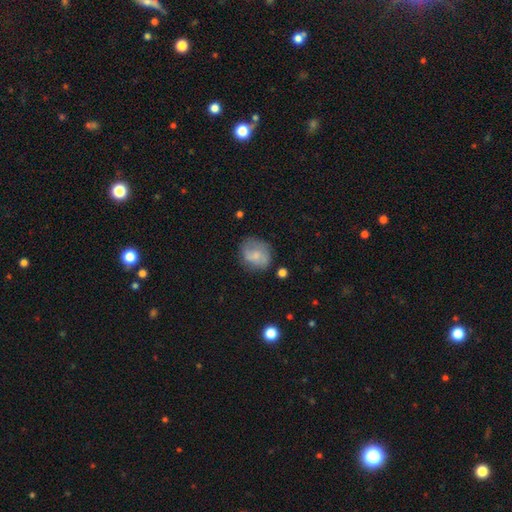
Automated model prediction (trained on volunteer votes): A smooth galaxy with no disk features (59%) that is round (68%).

Vote fractions:
- Smooth or featured? smooth: 59% / featured or disk: 33% / star or artifact: 8%
- How rounded? round: 68% / in between: 31% / cigar-shaped: 1%
- Merging? none: 62% / minor disturbance: 25% / major disturbance: 11% / merger: 3%